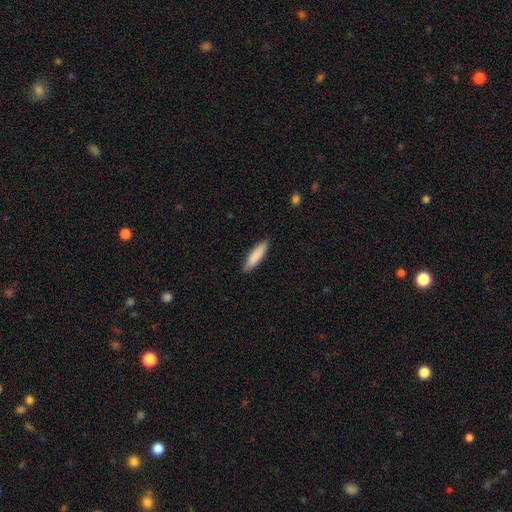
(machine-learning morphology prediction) Overall: smooth (86%). How rounded: cigar-shaped (71%). Merging: none (88%).